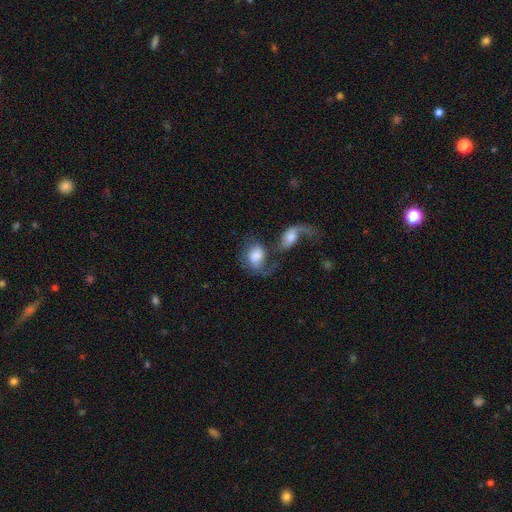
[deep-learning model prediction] Smooth or featured? smooth (58%)
How rounded? in between (69%)
Merging? merger (59%)